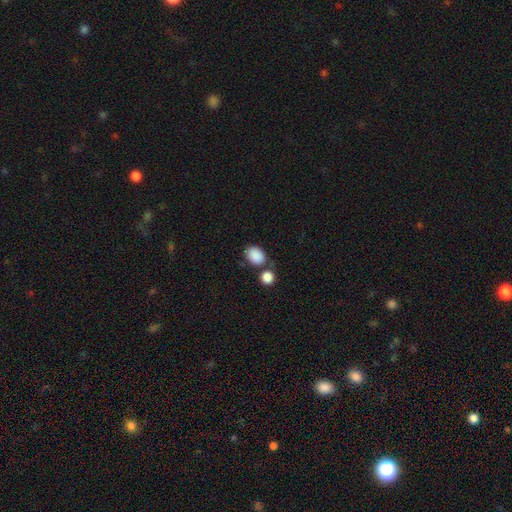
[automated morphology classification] This appears to be a smooth galaxy with no disk features (88%) that is in between round and cigar-shaped (72%). Merging: none (64%).